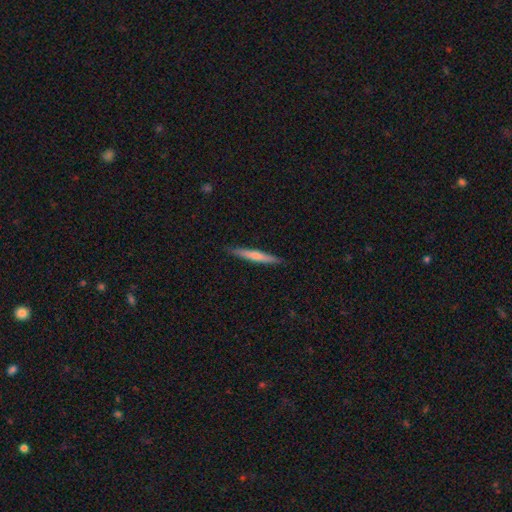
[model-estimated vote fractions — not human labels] smooth-or-featured: smooth: 57% | featured or disk: 37% | star or artifact: 5%
  how-rounded: cigar-shaped: 95% | in between: 4% | round: 1%
  merging: none: 90% | minor disturbance: 8% | major disturbance: 1% | merger: 1%